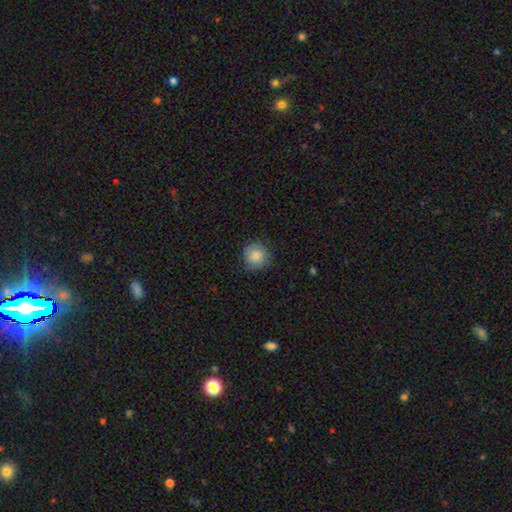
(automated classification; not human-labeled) Morphology: type=smooth (81%); roundness=round (91%); merging=none (82%).